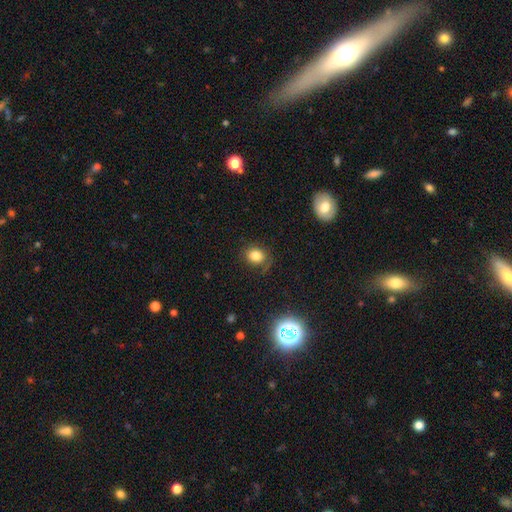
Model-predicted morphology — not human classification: Smooth or featured?
  - smooth: 80% *
  - star or artifact: 12%
  - featured or disk: 9%
How rounded?
  - round: 62% *
  - in between: 37%
  - cigar-shaped: 1%
Merging?
  - none: 74% *
  - minor disturbance: 17%
  - major disturbance: 7%
  - merger: 2%